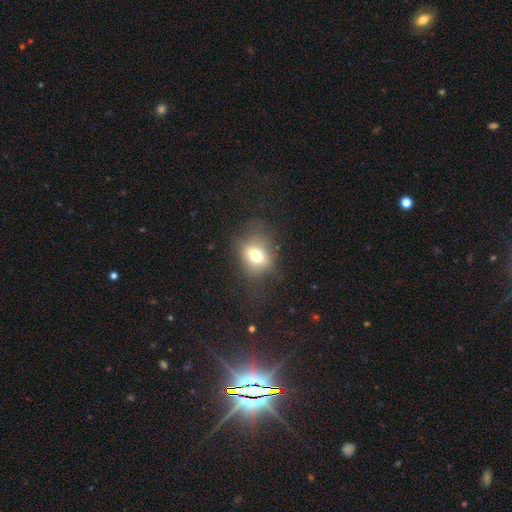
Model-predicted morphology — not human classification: Smooth or featured?
  - smooth: 66% *
  - featured or disk: 20%
  - star or artifact: 14%
How rounded?
  - in between: 55% *
  - round: 43%
  - cigar-shaped: 2%
Merging?
  - none: 65% *
  - minor disturbance: 19%
  - major disturbance: 15%
  - merger: 2%